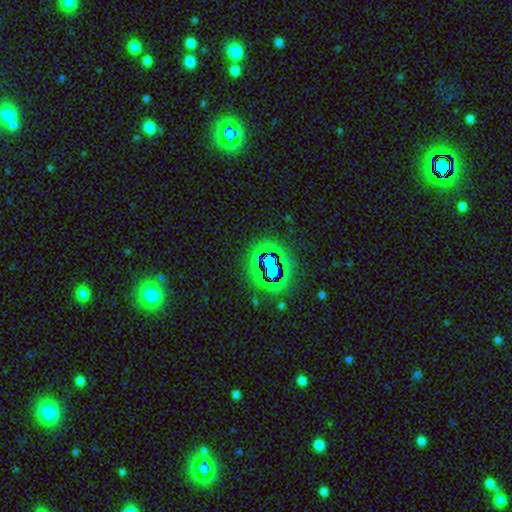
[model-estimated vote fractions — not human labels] smooth_or_featured: star or artifact (p=0.58) [alt: featured or disk p=0.26]